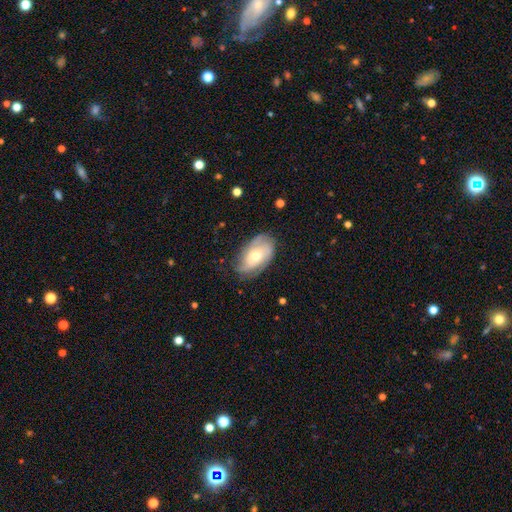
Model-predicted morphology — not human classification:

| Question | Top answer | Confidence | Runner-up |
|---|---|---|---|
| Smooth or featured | featured or disk | 64% | smooth (30%) |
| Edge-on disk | no | 94% | yes (6%) |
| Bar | no | 75% | weak (20%) |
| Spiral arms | yes | 83% | no (17%) |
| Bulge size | moderate | 60% | small (34%) |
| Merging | none | 70% | minor disturbance (22%) |